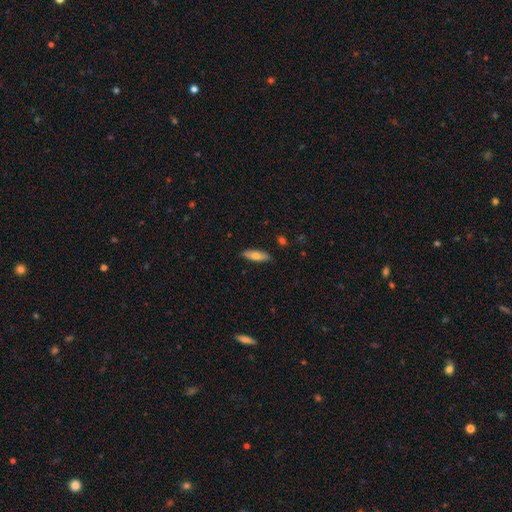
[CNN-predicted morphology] smooth 70%, featured or disk 24%, star or artifact 6%. Down the decision tree: how rounded — in between (51%); merging — none (88%).